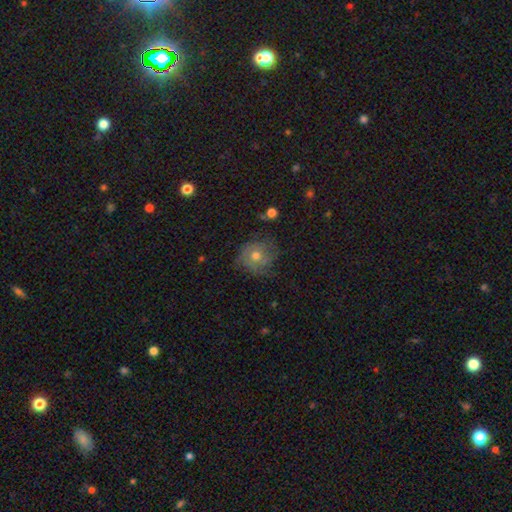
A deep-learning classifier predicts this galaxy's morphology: smooth_or_featured: featured or disk (p=0.47) [alt: smooth p=0.41]
merging: none (p=0.63) [alt: minor disturbance p=0.23]